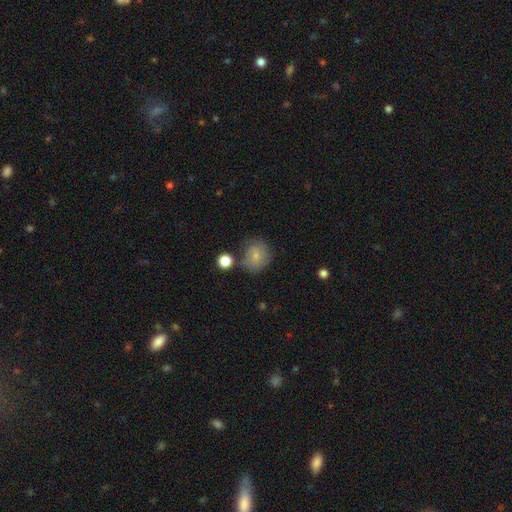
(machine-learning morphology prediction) Overall: smooth (67%). How rounded: round (77%). Merging: none (62%; minor disturbance 22%).